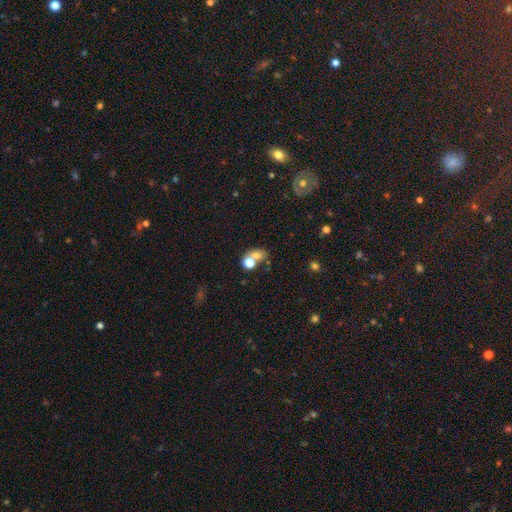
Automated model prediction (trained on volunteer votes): Q: Smooth or featured?
A: smooth (69%); runner-up: featured or disk (17%)
Q: How rounded?
A: round (53%); runner-up: in between (45%)
Q: Merging?
A: merger (54%); runner-up: none (32%)